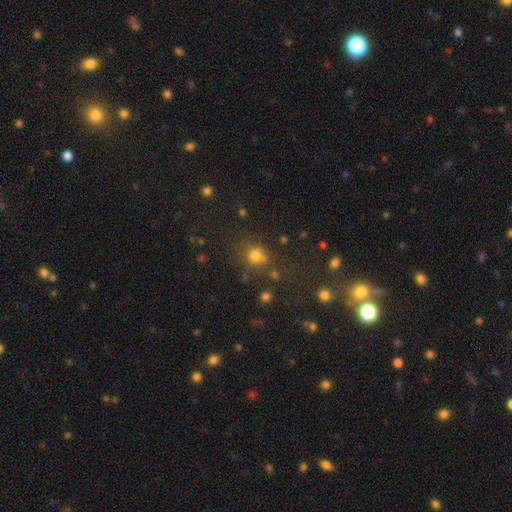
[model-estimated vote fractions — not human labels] This is likely a smooth galaxy (71%). How rounded: clearly round (84%). Merging: likely none (66%).